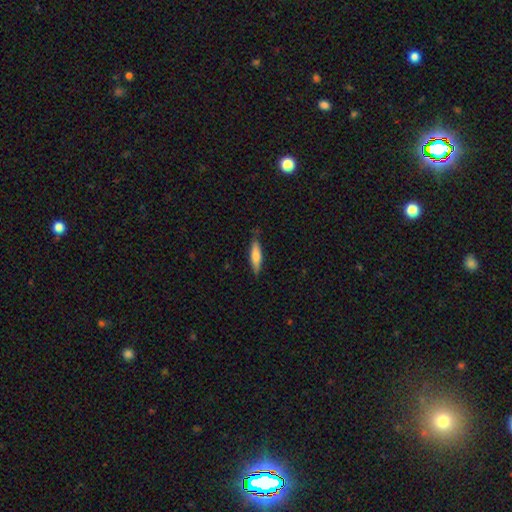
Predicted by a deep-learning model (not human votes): The model was most divided on "how rounded": cigar-shaped: 67%, in between: 31%, round: 2%. More confident: merging — none (79%); smooth or featured — smooth (69%).